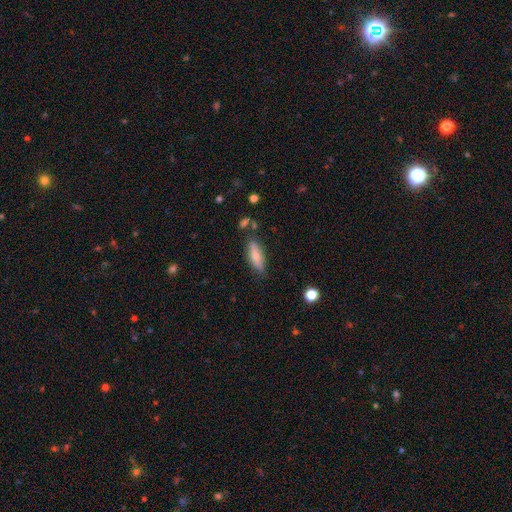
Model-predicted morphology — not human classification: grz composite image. It shows a smooth galaxy with no disk features (71%) that is in between round and cigar-shaped (49%, tied with cigar-shaped). Merging: none (77%).